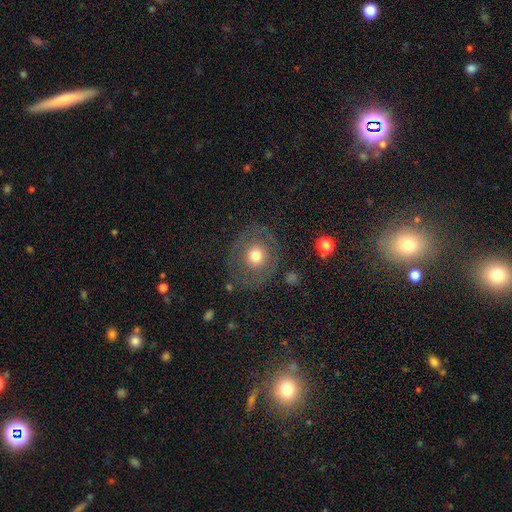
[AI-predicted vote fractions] smooth-or-featured: smooth: 57% | featured or disk: 33% | star or artifact: 10%
  how-rounded: round: 83% | in between: 16% | cigar-shaped: 1%
  merging: none: 76% | minor disturbance: 13% | major disturbance: 9% | merger: 2%